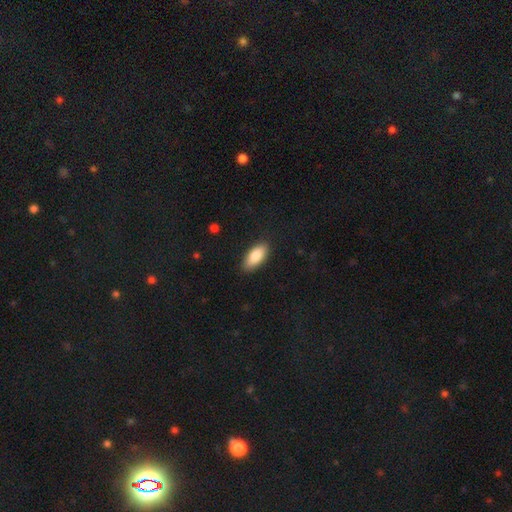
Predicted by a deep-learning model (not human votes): This appears to be a smooth galaxy with no disk features (85%) that is in between round and cigar-shaped (87%). Merging: none (86%).